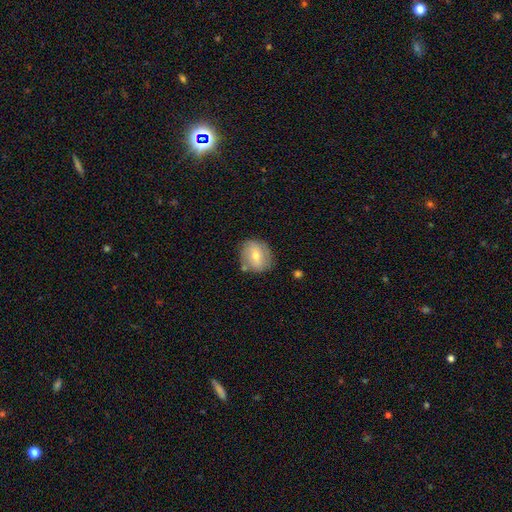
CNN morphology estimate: Q: Smooth or featured?
A: smooth (59%); runner-up: featured or disk (33%)
Q: How rounded?
A: round (70%); runner-up: in between (29%)
Q: Merging?
A: none (71%); runner-up: minor disturbance (18%)